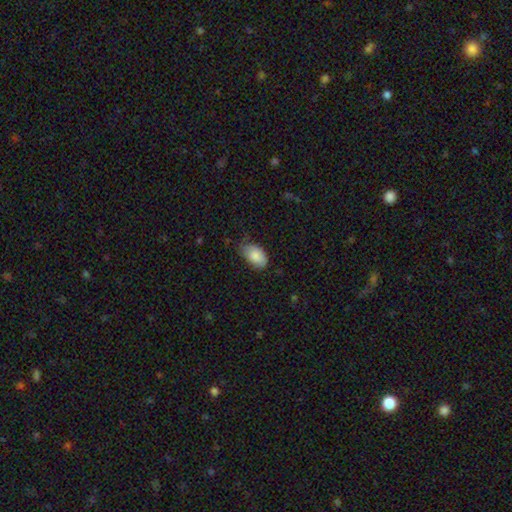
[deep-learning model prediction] smooth 85%, featured or disk 9%, star or artifact 6%. Down the decision tree: how rounded — in between (93%); merging — none (60%).